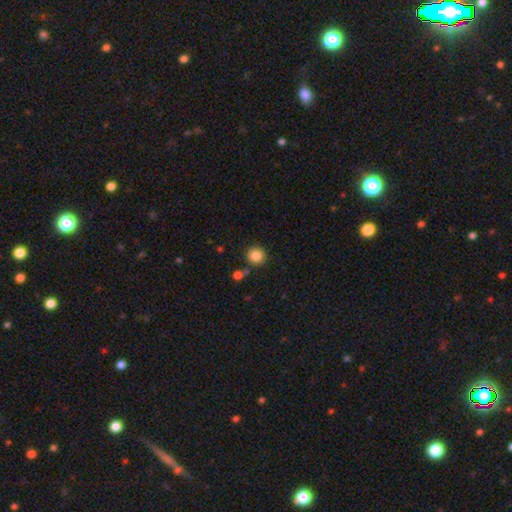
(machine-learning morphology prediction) A smooth galaxy with no disk features (85%) that is round (92%).

Vote fractions:
- Smooth or featured? smooth: 85% / star or artifact: 10% / featured or disk: 5%
- How rounded? round: 92% / in between: 7% / cigar-shaped: 1%
- Merging? none: 81% / minor disturbance: 9% / merger: 8% / major disturbance: 3%